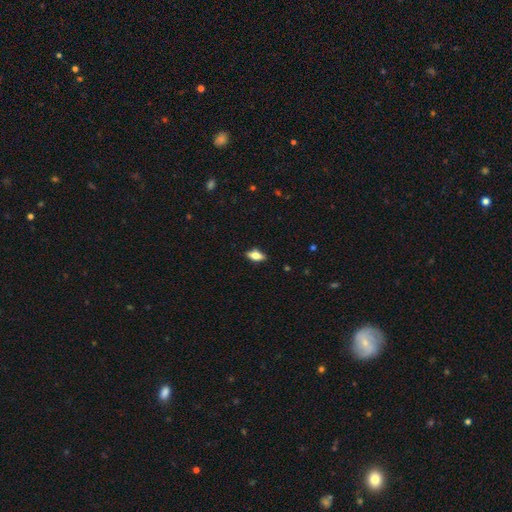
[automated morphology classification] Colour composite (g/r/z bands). It shows a smooth galaxy with no disk features (64%) that is in between round and cigar-shaped (82%). Merging: none (87%).